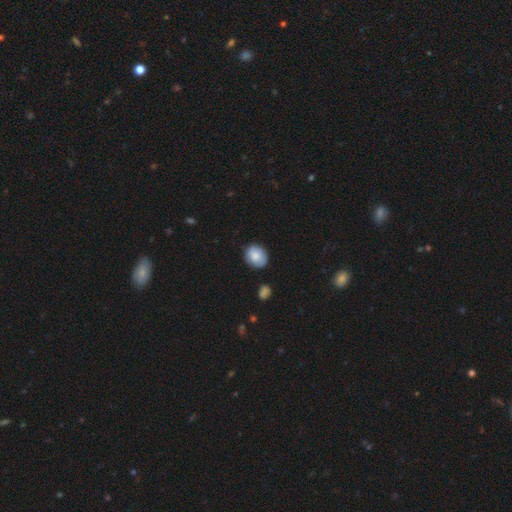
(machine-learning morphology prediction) This appears to be a smooth galaxy with no disk features (83%) that is round (61%). Merging: none (80%).